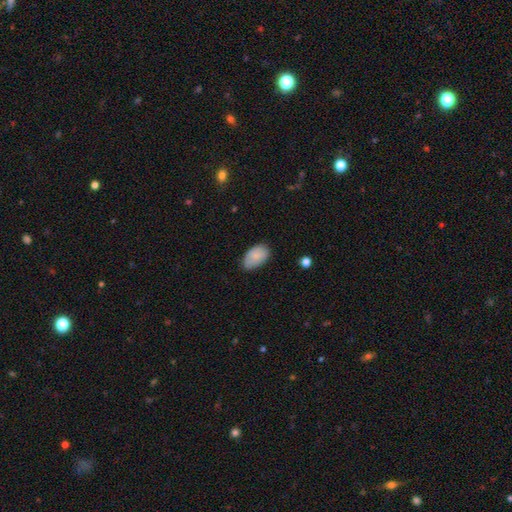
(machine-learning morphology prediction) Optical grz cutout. It shows a smooth galaxy with no disk features (84%) that is in between round and cigar-shaped (93%). Merging: none (68%).